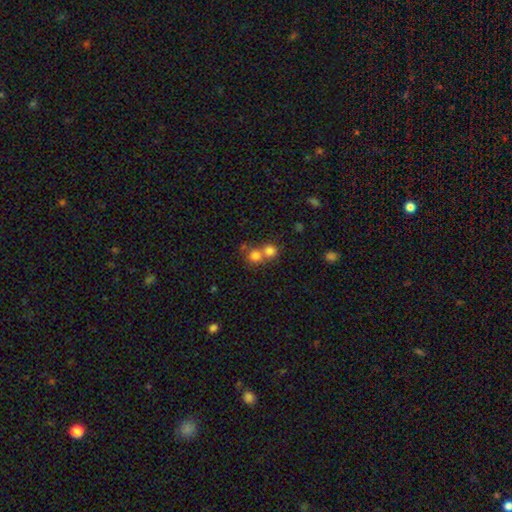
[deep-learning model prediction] Q: Smooth or featured?
A: smooth (77%); runner-up: star or artifact (13%)
Q: How rounded?
A: round (85%); runner-up: in between (14%)
Q: Merging?
A: merger (53%); runner-up: none (39%)